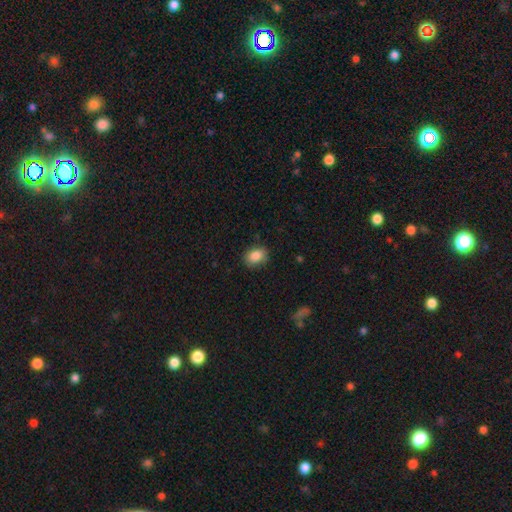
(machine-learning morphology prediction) Smooth or featured? smooth (87%)
How rounded? in between (69%)
Merging? none (81%)